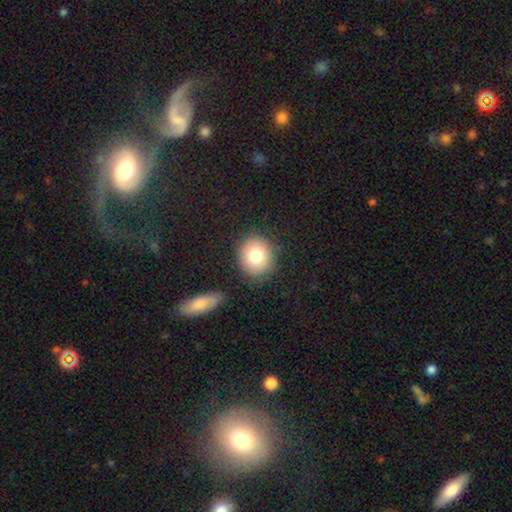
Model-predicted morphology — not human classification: The model was most divided on "smooth or featured": smooth: 78%, featured or disk: 12%, star or artifact: 10%. More confident: merging — none (86%); how rounded — round (85%).